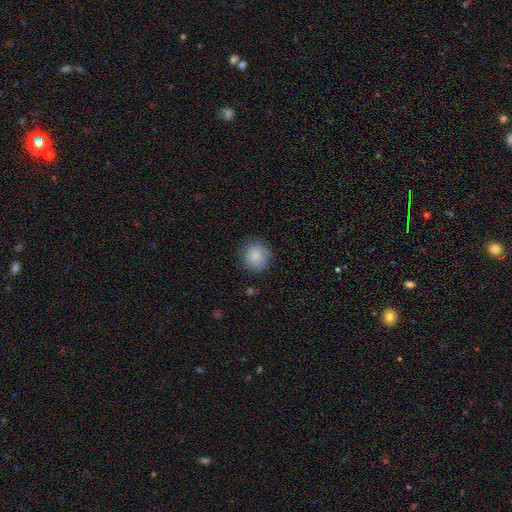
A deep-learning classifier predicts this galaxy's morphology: This appears to be a smooth galaxy with no disk features (82%) that is round (88%). Merging: none (81%).